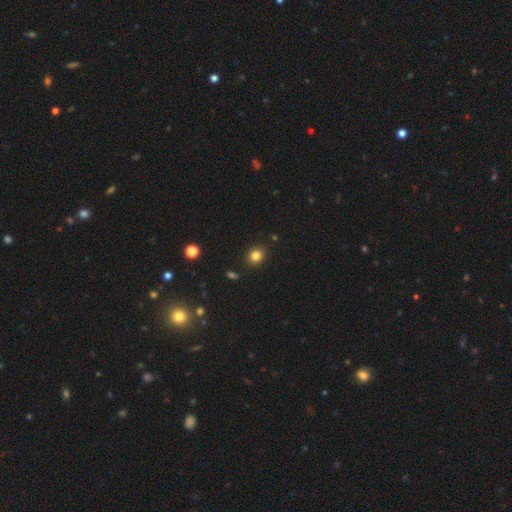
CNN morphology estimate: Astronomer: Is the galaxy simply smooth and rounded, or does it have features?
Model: smooth — 83%.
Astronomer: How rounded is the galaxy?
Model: round — 74%.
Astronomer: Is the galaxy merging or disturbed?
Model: none — 89%.